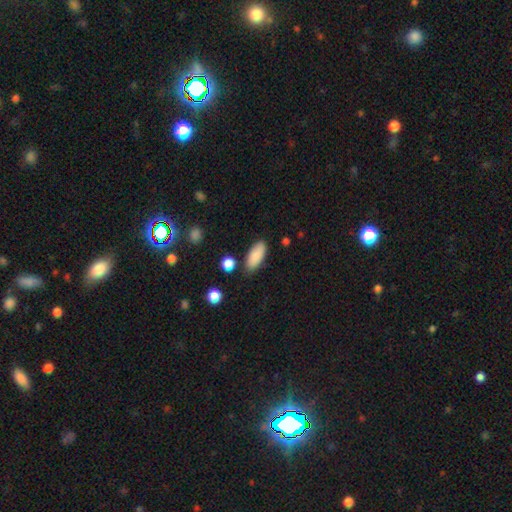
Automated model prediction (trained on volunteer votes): smooth-or-featured: smooth: 87% | star or artifact: 7% | featured or disk: 6%
  how-rounded: in between: 85% | cigar-shaped: 13% | round: 2%
  merging: none: 82% | minor disturbance: 12% | merger: 3% | major disturbance: 3%